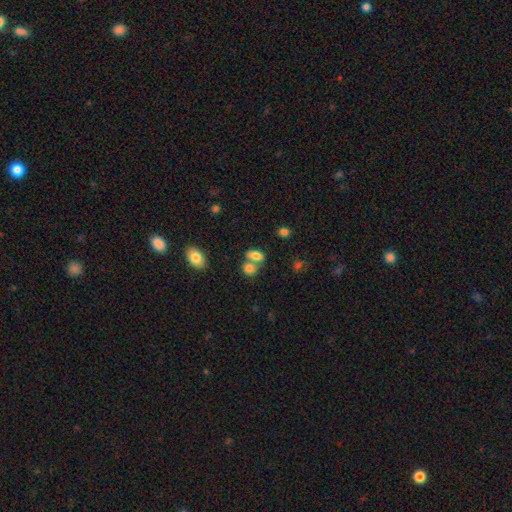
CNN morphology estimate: type=smooth (78%); roundness=in between (76%); merging=none (43%).